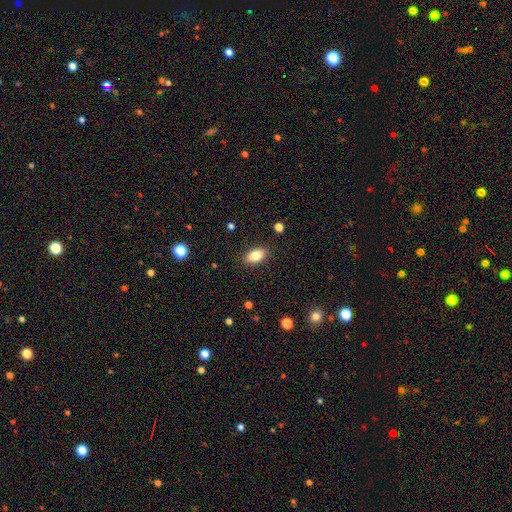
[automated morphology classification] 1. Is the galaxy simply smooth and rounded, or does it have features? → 82% smooth, 10% featured or disk, 8% star or artifact.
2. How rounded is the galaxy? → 90% in between, 7% round, 3% cigar-shaped.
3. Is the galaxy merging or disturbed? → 87% none, 9% minor disturbance, 2% major disturbance, 1% merger.